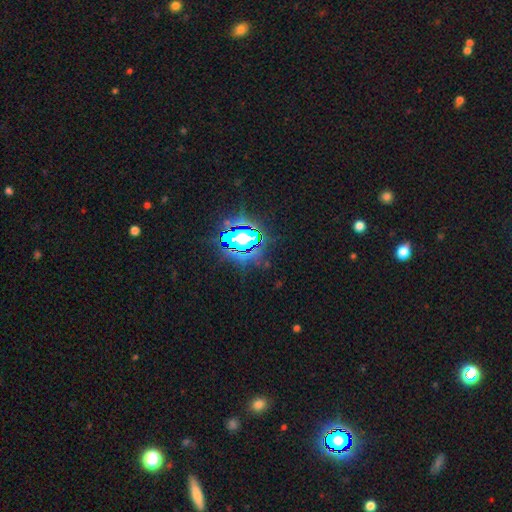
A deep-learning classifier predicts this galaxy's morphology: The model was most divided on "smooth or featured": star or artifact: 85%, smooth: 9%, featured or disk: 6%.